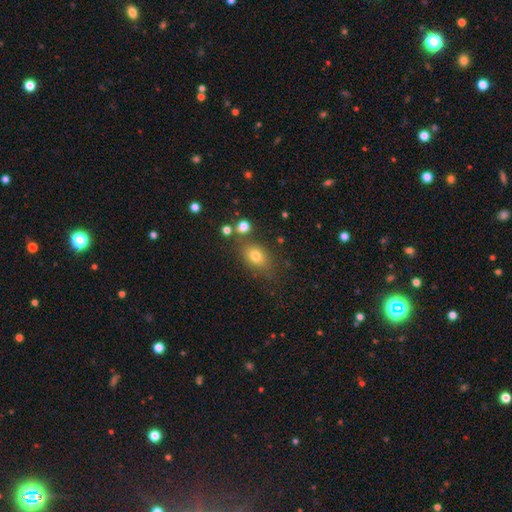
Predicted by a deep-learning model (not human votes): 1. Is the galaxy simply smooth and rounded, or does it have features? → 75% smooth, 14% star or artifact, 11% featured or disk.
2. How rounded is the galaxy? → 68% in between, 30% round, 2% cigar-shaped.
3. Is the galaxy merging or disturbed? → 73% none, 15% minor disturbance, 7% merger, 5% major disturbance.